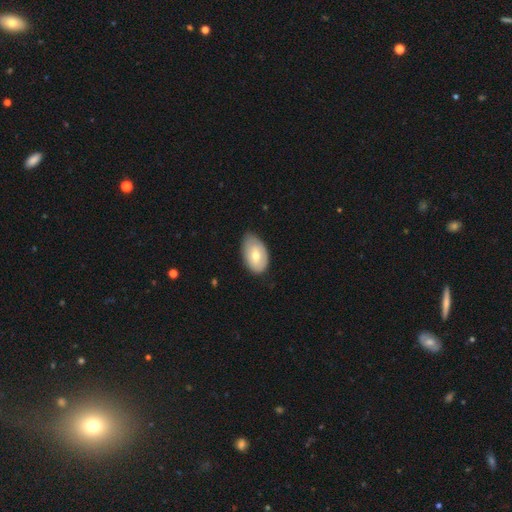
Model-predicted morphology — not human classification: Smooth or featured?
  - smooth: 66% *
  - featured or disk: 28%
  - star or artifact: 6%
How rounded?
  - in between: 92% *
  - round: 6%
  - cigar-shaped: 1%
Merging?
  - none: 63% *
  - minor disturbance: 32%
  - major disturbance: 5%
  - merger: 1%